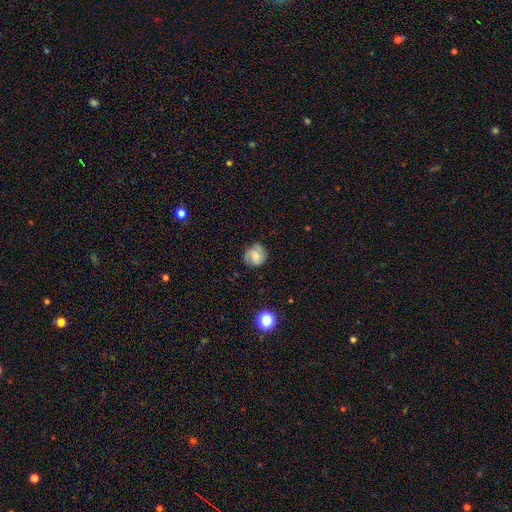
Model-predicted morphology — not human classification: Smooth or featured? Predicted: smooth (p=0.48). Merging? Predicted: none (p=0.72).